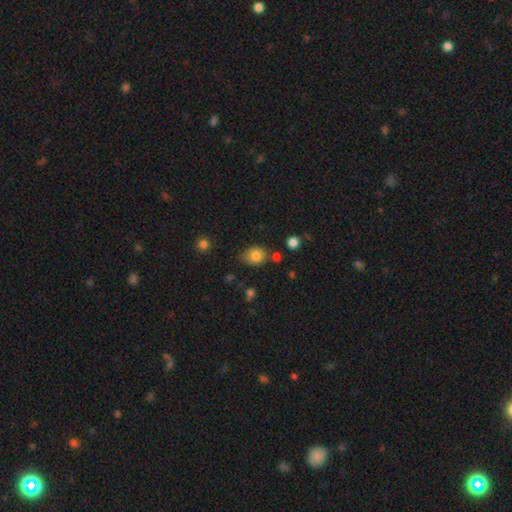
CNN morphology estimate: This is clearly a smooth galaxy (81%). How rounded: possibly in between (56%). Merging: likely none (70%).